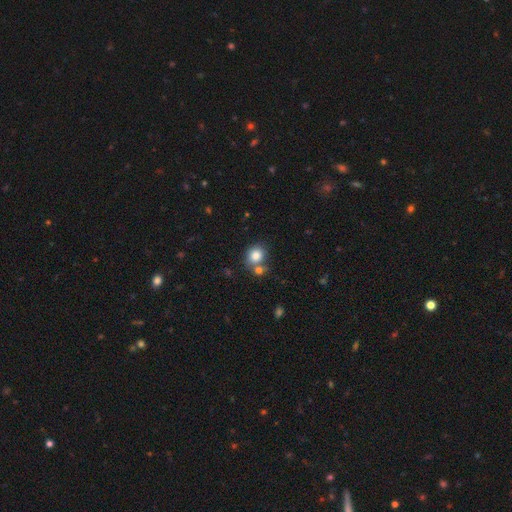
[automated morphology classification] Smooth or featured? smooth (82%)
How rounded? round (73%)
Merging? none (59%)